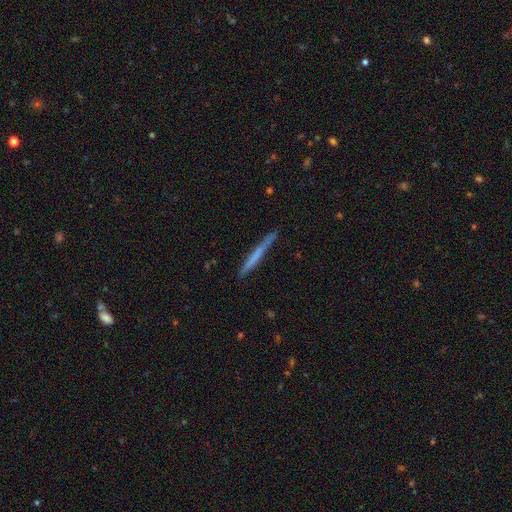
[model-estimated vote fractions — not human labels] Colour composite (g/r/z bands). It shows a smooth galaxy with no disk features (53%) that is cigar-shaped (97%). Merging: none (86%).